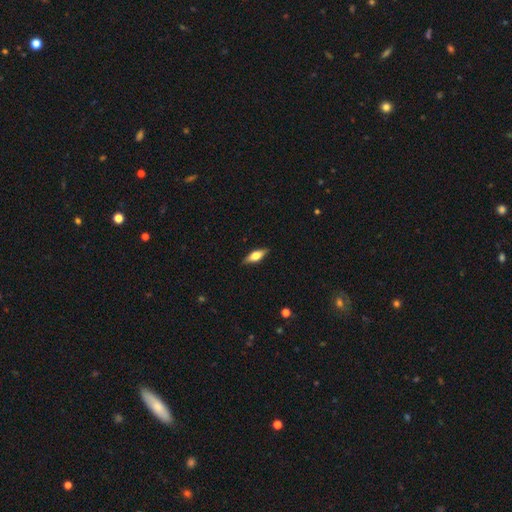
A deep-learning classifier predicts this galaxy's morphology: Smooth or featured: smooth — 47% (featured or disk — 46%)
Merging: none — 86% (minor disturbance — 10%)